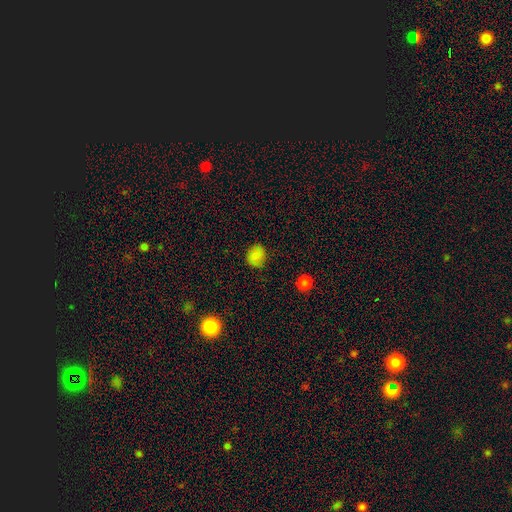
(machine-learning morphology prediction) A smooth galaxy with no disk features (83%) that is round (70%).

Vote fractions:
- Smooth or featured? smooth: 83% / star or artifact: 11% / featured or disk: 5%
- How rounded? round: 70% / in between: 29% / cigar-shaped: 1%
- Merging? none: 81% / minor disturbance: 15% / major disturbance: 3% / merger: 1%